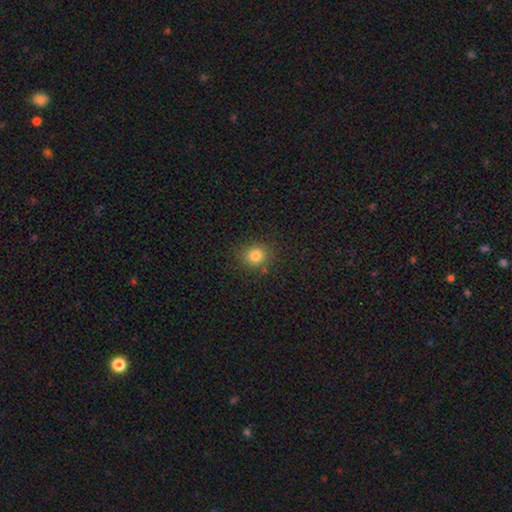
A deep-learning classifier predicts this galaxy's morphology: Smooth or featured: smooth — 81% (star or artifact — 13%)
How rounded: round — 84% (in between — 15%)
Merging: none — 85% (minor disturbance — 9%)